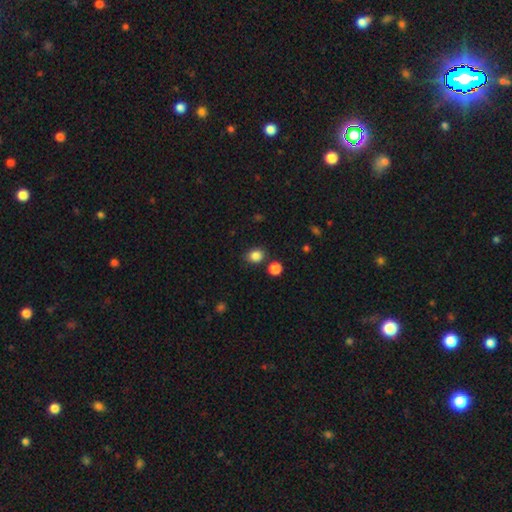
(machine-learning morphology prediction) smooth-or-featured: smooth: 85% | star or artifact: 11% | featured or disk: 4%
  how-rounded: round: 62% | in between: 37% | cigar-shaped: 1%
  merging: none: 79% | minor disturbance: 10% | merger: 8% | major disturbance: 3%